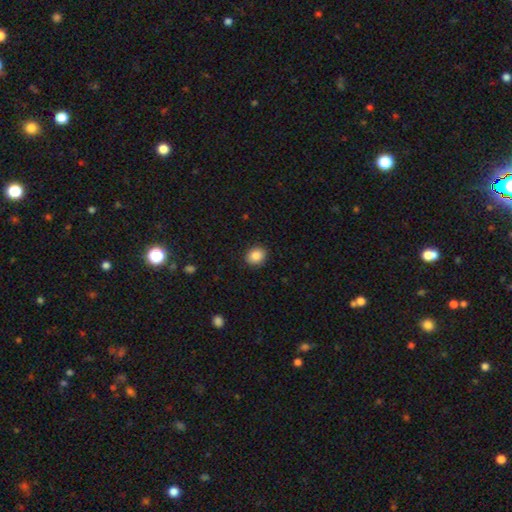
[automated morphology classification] smooth-or-featured: smooth: 87% | star or artifact: 9% | featured or disk: 5%
  how-rounded: round: 66% | in between: 33% | cigar-shaped: 1%
  merging: none: 90% | minor disturbance: 7% | major disturbance: 2% | merger: 1%